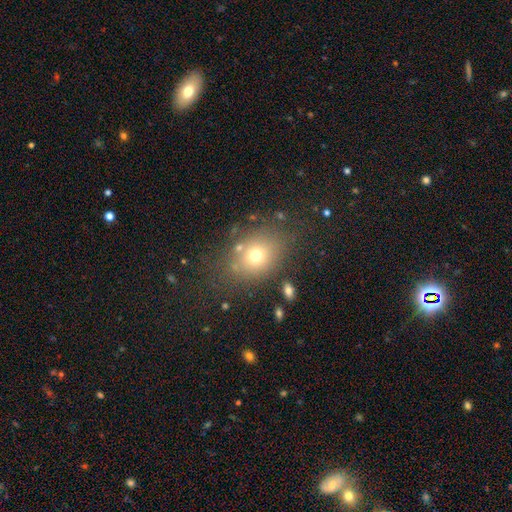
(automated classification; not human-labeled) smooth 69%, star or artifact 16%, featured or disk 15%. Down the decision tree: how rounded — in between (56%); merging — none (75%).